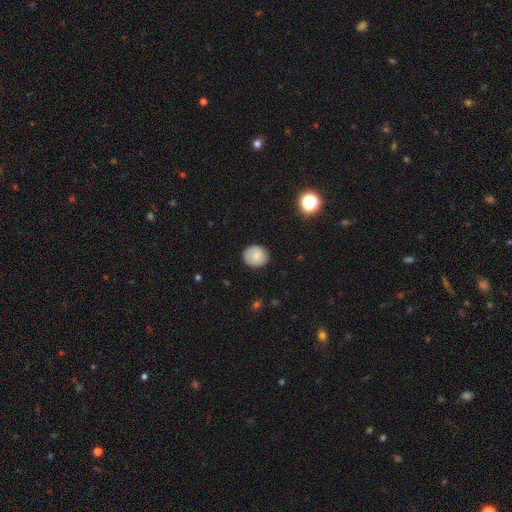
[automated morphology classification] Smooth or featured: smooth — 83% (featured or disk — 9%)
How rounded: round — 80% (in between — 19%)
Merging: none — 87% (minor disturbance — 10%)